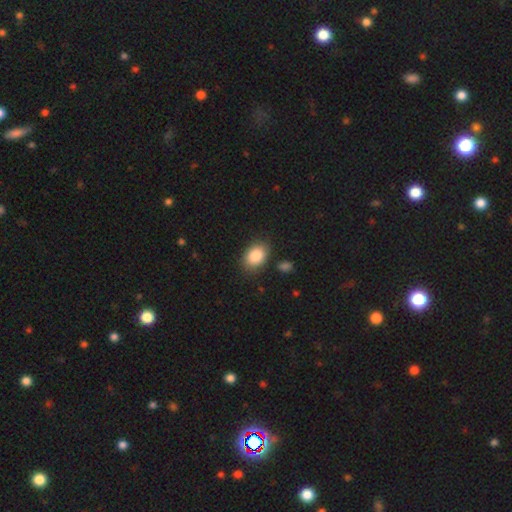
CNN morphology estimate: Q: Smooth or featured?
A: smooth (86%); runner-up: star or artifact (7%)
Q: How rounded?
A: in between (82%); runner-up: round (17%)
Q: Merging?
A: none (82%); runner-up: minor disturbance (12%)